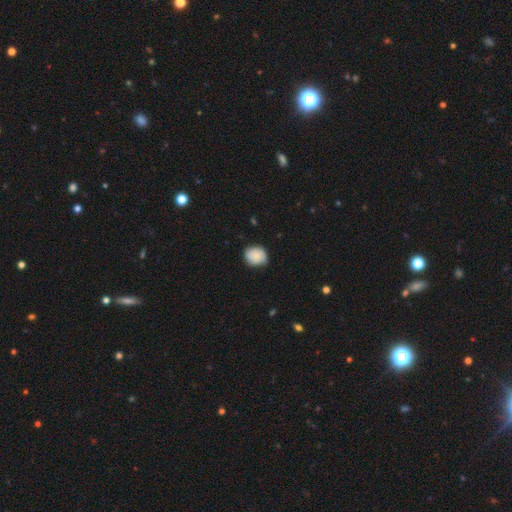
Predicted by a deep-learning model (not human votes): smooth_or_featured: smooth (p=0.75) [alt: featured or disk p=0.17]
how_rounded: round (p=0.70) [alt: in between p=0.29]
merging: none (p=0.72) [alt: minor disturbance p=0.24]